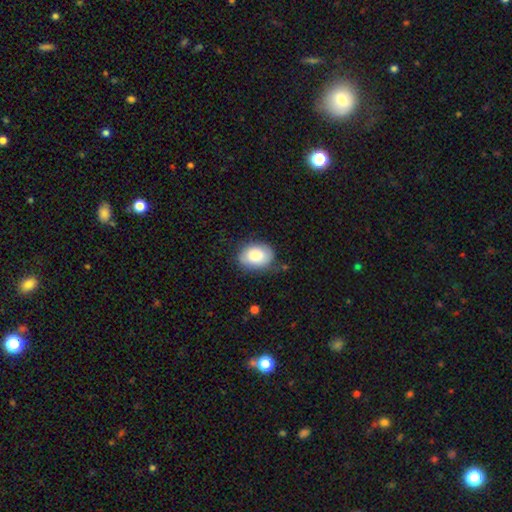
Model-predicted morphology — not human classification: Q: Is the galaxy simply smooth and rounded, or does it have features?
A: smooth — 81%.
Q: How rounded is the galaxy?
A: in between — 74%.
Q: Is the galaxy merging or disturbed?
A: none — 72%.